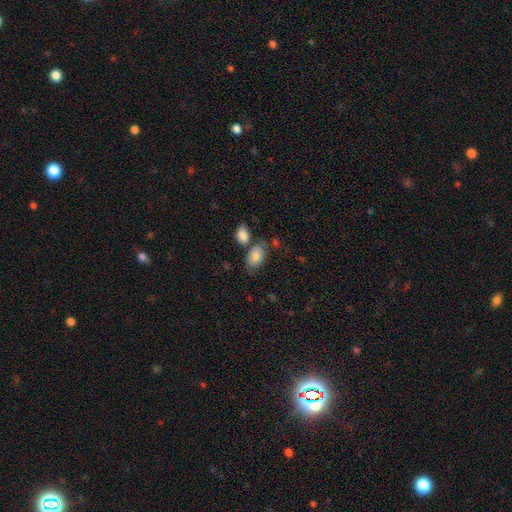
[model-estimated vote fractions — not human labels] smooth-or-featured: smooth: 81% | featured or disk: 12% | star or artifact: 7%
  how-rounded: in between: 90% | round: 8% | cigar-shaped: 1%
  merging: none: 55% | merger: 20% | minor disturbance: 19% | major disturbance: 6%